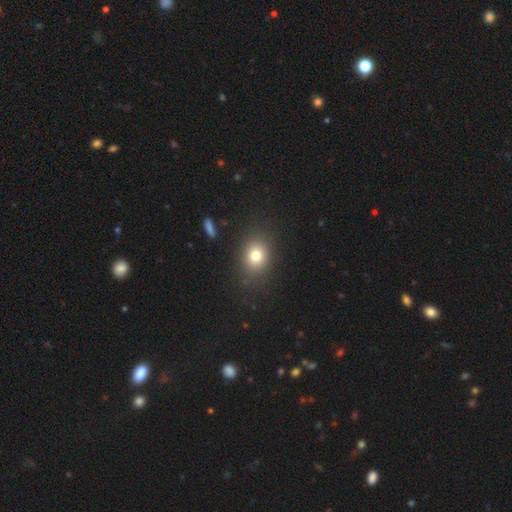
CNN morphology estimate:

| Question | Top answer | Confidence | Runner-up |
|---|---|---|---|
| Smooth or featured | smooth | 78% | star or artifact (12%) |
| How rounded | in between | 53% | round (46%) |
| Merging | none | 84% | minor disturbance (10%) |